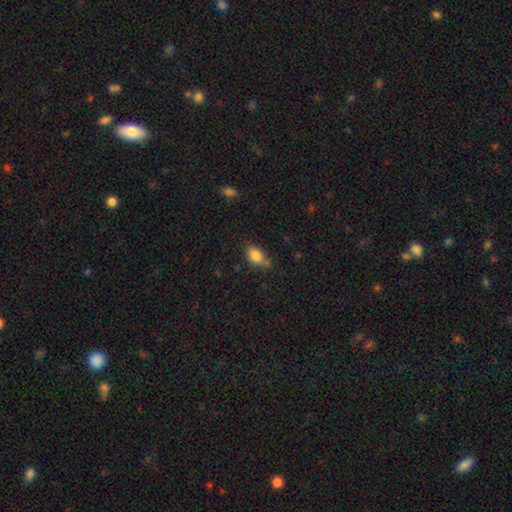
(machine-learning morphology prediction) Overall: smooth (83%). How rounded: in between (82%). Merging: none (64%).